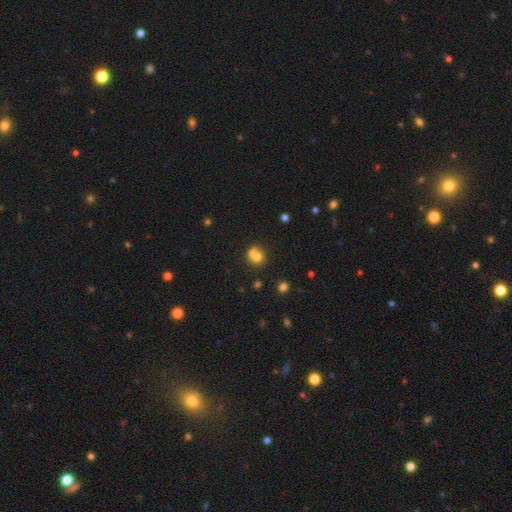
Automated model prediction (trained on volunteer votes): Smooth or featured?
  - smooth: 69% *
  - featured or disk: 18%
  - star or artifact: 13%
How rounded?
  - round: 74% *
  - in between: 25%
  - cigar-shaped: 1%
Merging?
  - merger: 56% *
  - none: 34%
  - minor disturbance: 7%
  - major disturbance: 3%